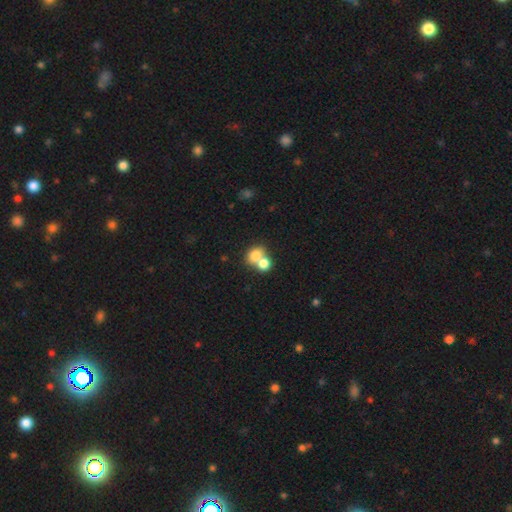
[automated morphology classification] smooth 77%, featured or disk 13%, star or artifact 10%. Down the decision tree: how rounded — round (51%); merging — merger (59%).